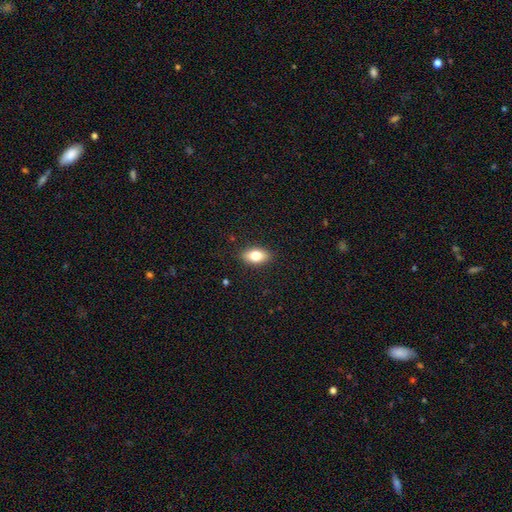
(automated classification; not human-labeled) Q: Smooth or featured?
A: smooth (77%); runner-up: featured or disk (15%)
Q: How rounded?
A: in between (88%); runner-up: round (6%)
Q: Merging?
A: none (88%); runner-up: minor disturbance (9%)